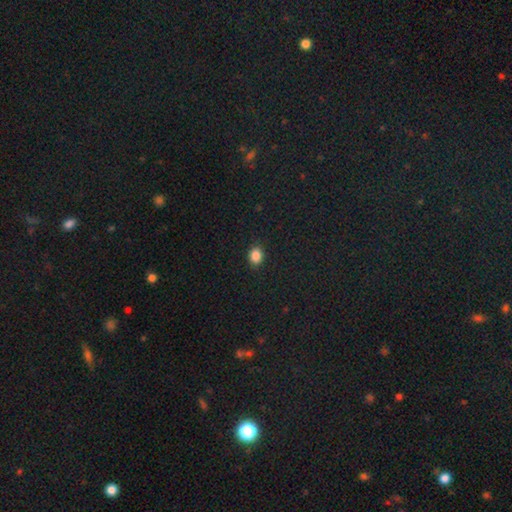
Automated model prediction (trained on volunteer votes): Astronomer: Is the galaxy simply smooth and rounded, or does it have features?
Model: smooth — 86%.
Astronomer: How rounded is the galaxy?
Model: round — 50% (runner-up: in between, 49%).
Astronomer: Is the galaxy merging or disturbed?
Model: none — 89%.